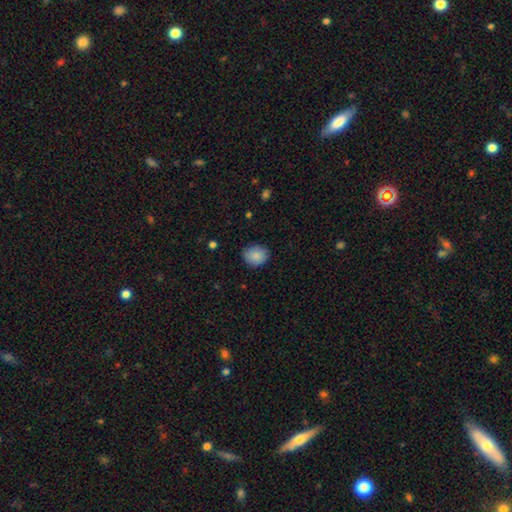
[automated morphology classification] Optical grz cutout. It shows a smooth galaxy with no disk features (88%) that is round (62%). Merging: none (83%).